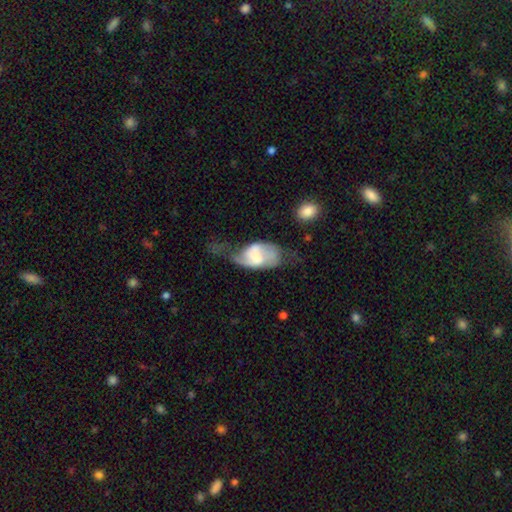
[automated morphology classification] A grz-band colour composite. It shows a featured or disk galaxy (59%) with no bar (44%), spiral arms (75%) and no central bulge (32%). Merging: major disturbance (47%).